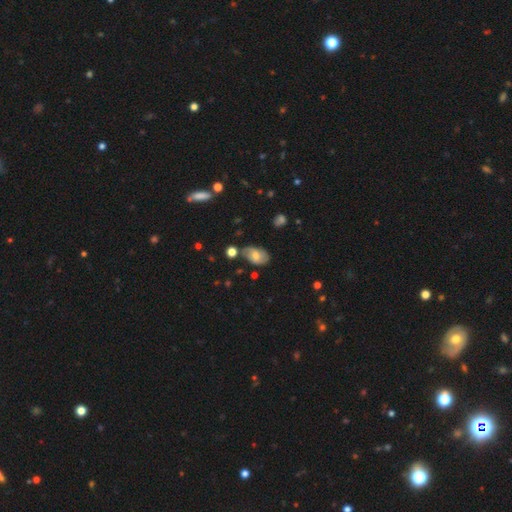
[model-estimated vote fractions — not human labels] smooth_or_featured: smooth (p=0.54) [alt: featured or disk p=0.37]
how_rounded: in between (p=0.89) [alt: round p=0.09]
merging: none (p=0.63) [alt: minor disturbance p=0.24]